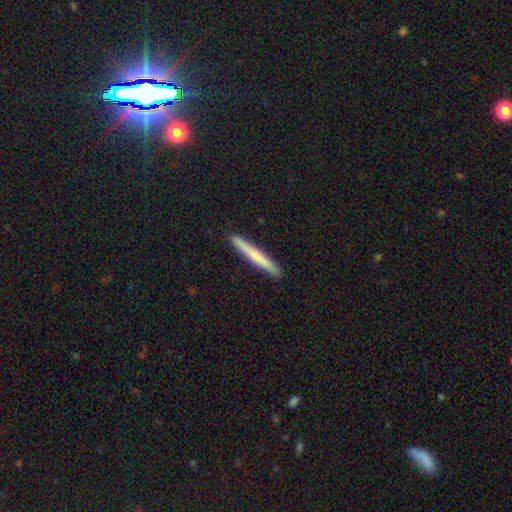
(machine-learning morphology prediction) smooth-or-featured: smooth: 65% | featured or disk: 29% | star or artifact: 5%
  how-rounded: cigar-shaped: 97% | in between: 2% | round: 1%
  merging: none: 92% | minor disturbance: 5% | major disturbance: 1% | merger: 1%